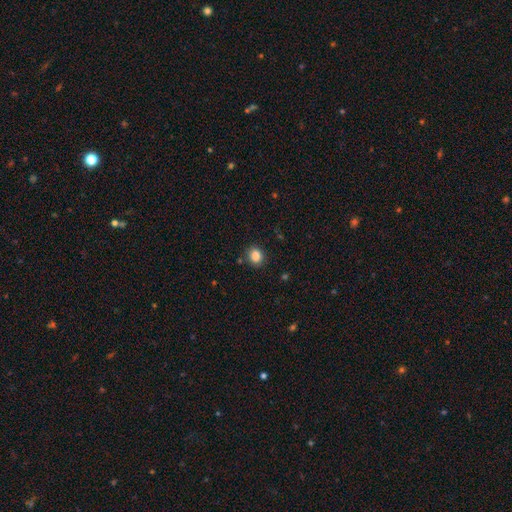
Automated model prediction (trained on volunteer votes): smooth_or_featured: smooth (p=0.86) [alt: star or artifact p=0.10]
how_rounded: round (p=0.60) [alt: in between p=0.39]
merging: none (p=0.85) [alt: minor disturbance p=0.10]